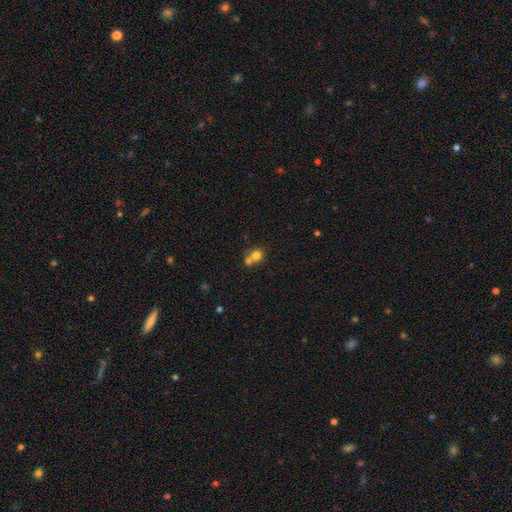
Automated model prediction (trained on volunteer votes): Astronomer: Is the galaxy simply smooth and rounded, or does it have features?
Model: smooth — 76%.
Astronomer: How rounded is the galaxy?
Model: round — 80%.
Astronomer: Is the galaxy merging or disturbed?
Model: merger — 49% (runner-up: none, 40%).